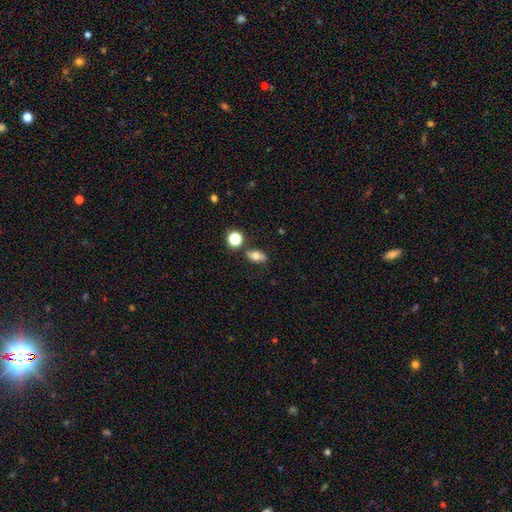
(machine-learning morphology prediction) type=smooth (62%); roundness=in between (76%); merging=none (75%).